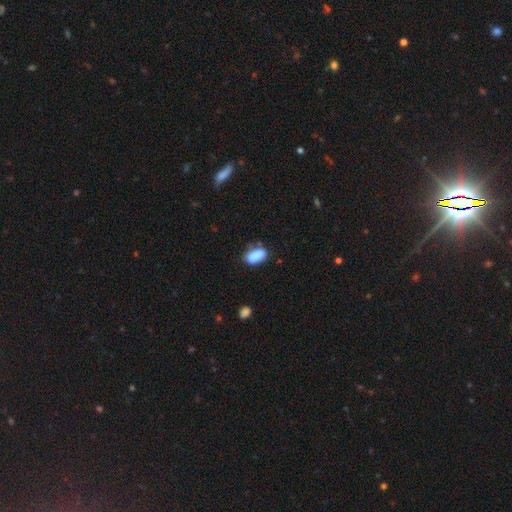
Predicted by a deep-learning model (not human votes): A smooth galaxy with no disk features (85%) that is in between round and cigar-shaped (87%).

Vote fractions:
- Smooth or featured? smooth: 85% / star or artifact: 8% / featured or disk: 7%
- How rounded? in between: 87% / cigar-shaped: 9% / round: 4%
- Merging? none: 63% / minor disturbance: 24% / merger: 7% / major disturbance: 6%